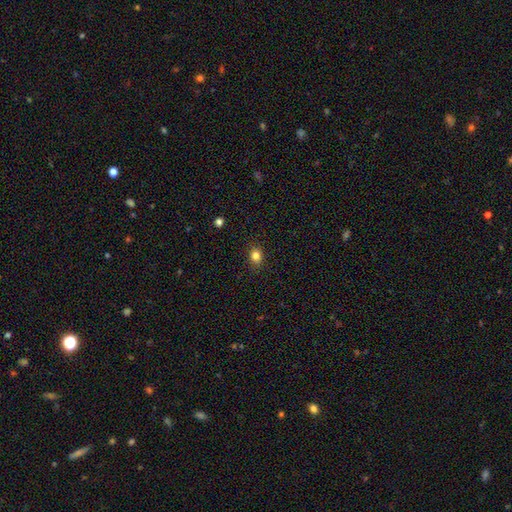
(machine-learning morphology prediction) smooth-or-featured: smooth: 83% | star or artifact: 12% | featured or disk: 5%
  how-rounded: round: 60% | in between: 39% | cigar-shaped: 1%
  merging: none: 89% | minor disturbance: 8% | major disturbance: 2% | merger: 1%